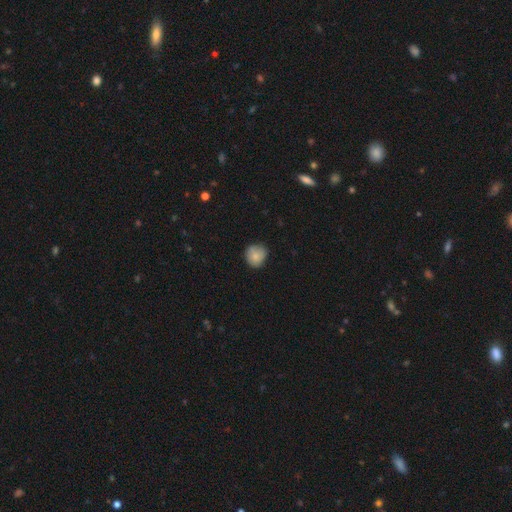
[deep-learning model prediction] smooth 83%, featured or disk 9%, star or artifact 8%. Down the decision tree: how rounded — round (87%); merging — none (74%).